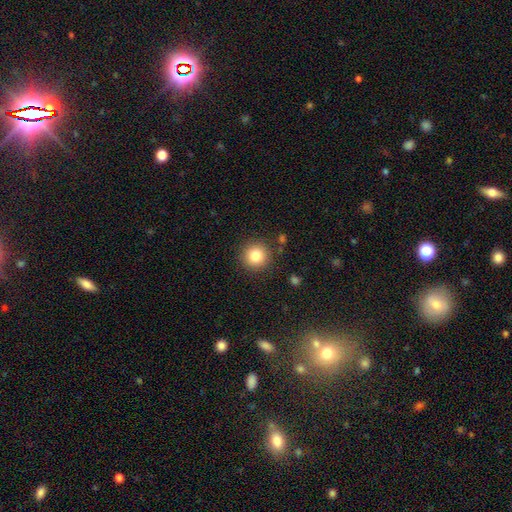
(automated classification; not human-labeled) A smooth galaxy with no disk features (82%) that is round (95%). Merging: none (88%).